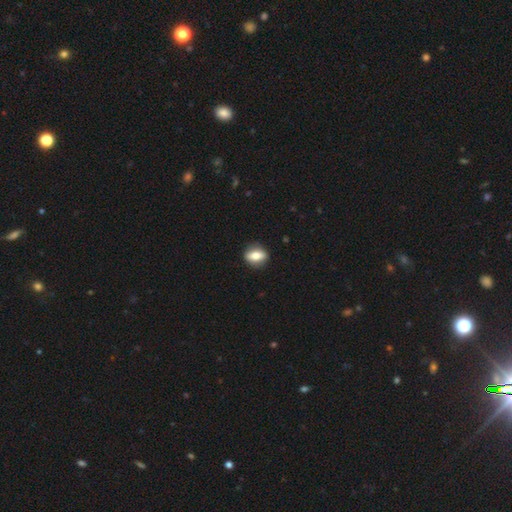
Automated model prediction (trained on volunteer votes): Smooth or featured? Predicted: smooth (p=0.64). How rounded? Predicted: in between (p=0.62). Merging? Predicted: none (p=0.88).